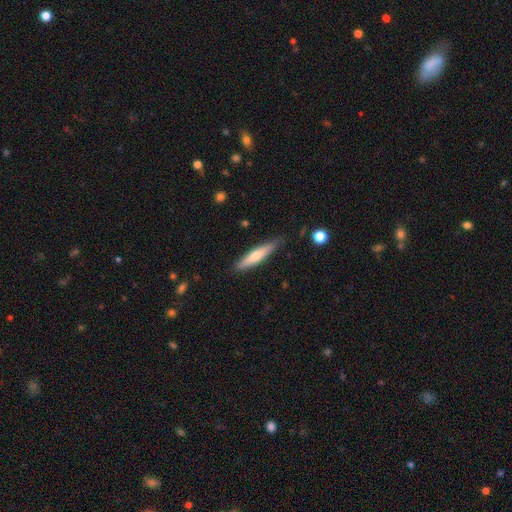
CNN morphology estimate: smooth_or_featured: smooth (p=0.54) [alt: featured or disk p=0.40]
how_rounded: cigar-shaped (p=0.85) [alt: in between p=0.13]
merging: none (p=0.84) [alt: minor disturbance p=0.13]